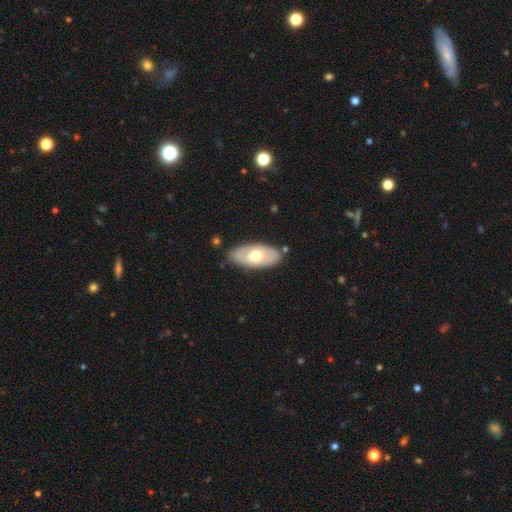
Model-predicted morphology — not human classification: smooth 52%, featured or disk 43%, star or artifact 5%. Down the decision tree: how rounded — in between (91%); merging — none (81%).